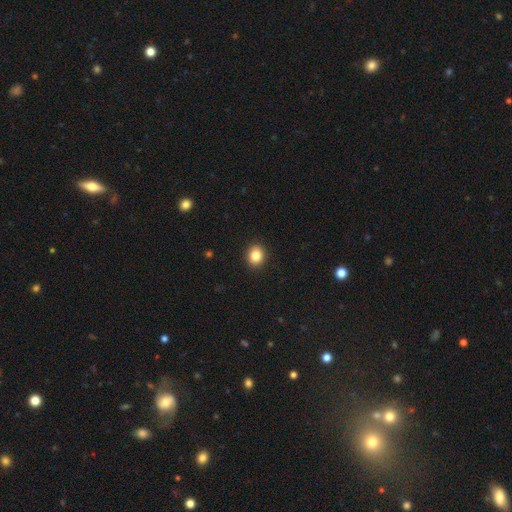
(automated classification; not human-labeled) The model was most divided on "how rounded": round: 65%, in between: 35%, cigar-shaped: 1%. More confident: merging — none (92%); smooth or featured — smooth (84%).